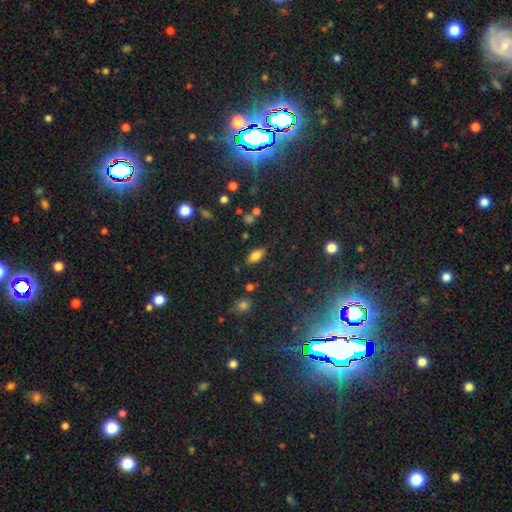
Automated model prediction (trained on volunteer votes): Overall: smooth (81%). How rounded: in between (89%). Merging: none (84%).